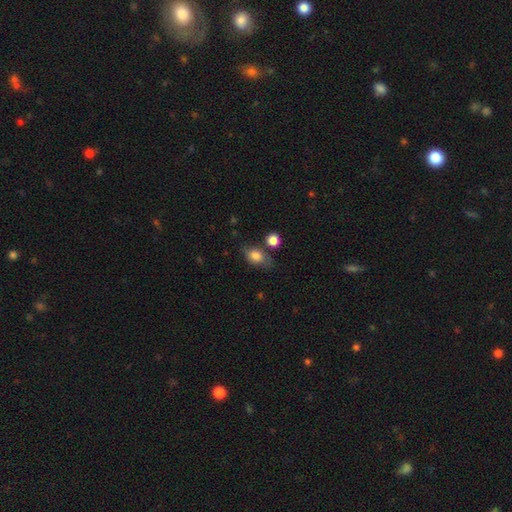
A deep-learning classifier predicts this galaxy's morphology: Smooth or featured: smooth — 81% (featured or disk — 11%)
How rounded: in between — 79% (round — 19%)
Merging: none — 64% (minor disturbance — 20%)